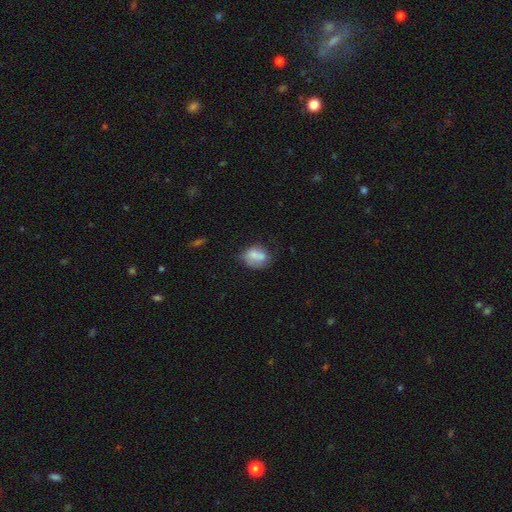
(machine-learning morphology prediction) This is likely a smooth galaxy (69%). How rounded: possibly in between (56%). Merging: marginally none (41%).